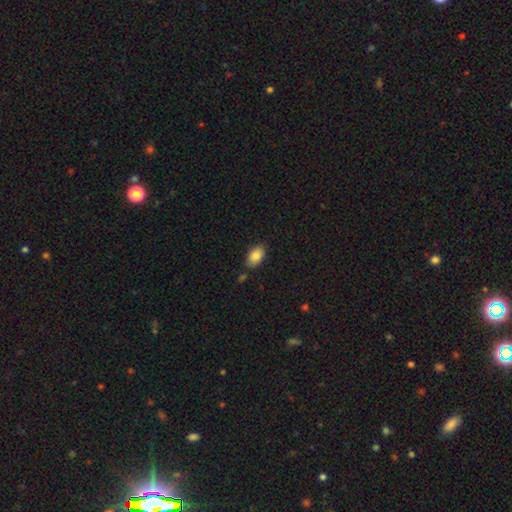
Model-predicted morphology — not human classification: This appears to be a smooth galaxy with no disk features (86%) that is in between round and cigar-shaped (91%). Merging: none (79%).